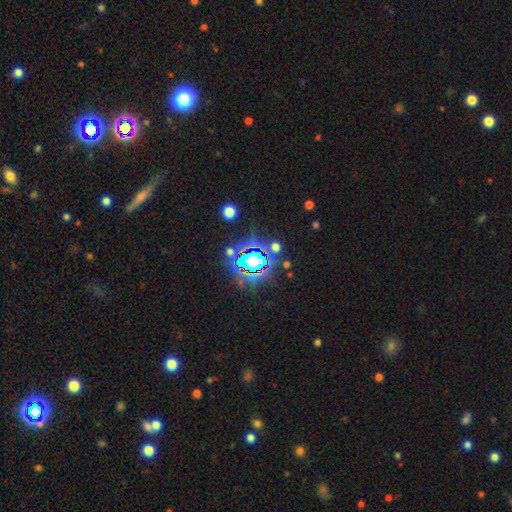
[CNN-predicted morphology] The model was most divided on "smooth or featured": star or artifact: 76%, smooth: 14%, featured or disk: 10%.